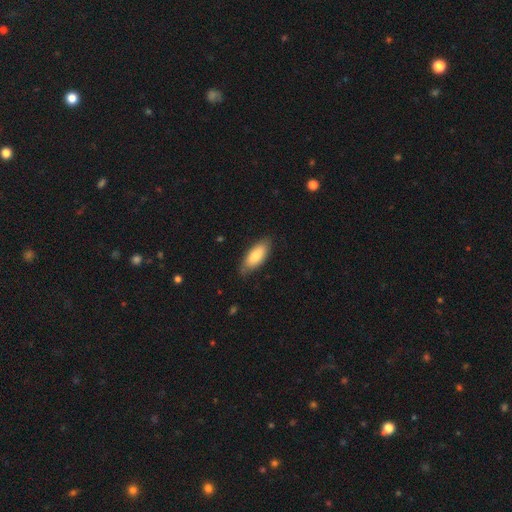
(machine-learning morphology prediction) Q: Smooth or featured?
A: smooth (81%); runner-up: featured or disk (14%)
Q: How rounded?
A: in between (81%); runner-up: cigar-shaped (17%)
Q: Merging?
A: none (80%); runner-up: minor disturbance (17%)